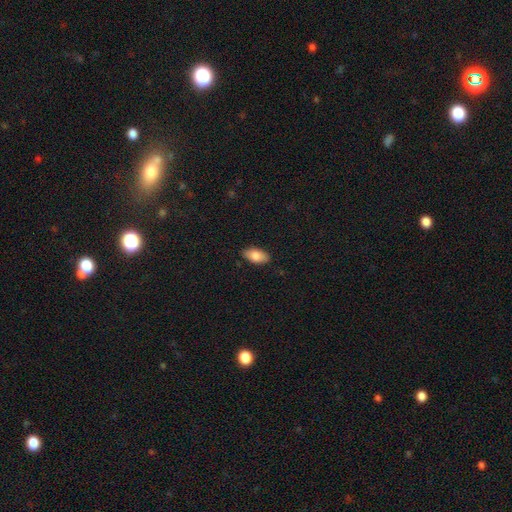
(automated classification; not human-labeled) Smooth or featured?
  - smooth: 82% *
  - featured or disk: 11%
  - star or artifact: 7%
How rounded?
  - in between: 93% *
  - cigar-shaped: 4%
  - round: 3%
Merging?
  - none: 88% *
  - minor disturbance: 9%
  - major disturbance: 2%
  - merger: 1%